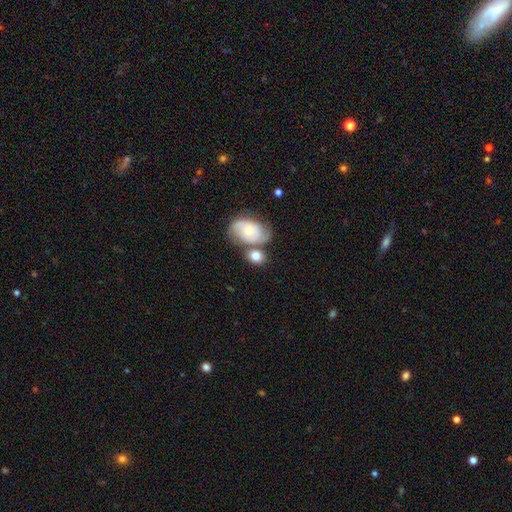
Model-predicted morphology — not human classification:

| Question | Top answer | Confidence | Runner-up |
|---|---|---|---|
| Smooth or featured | smooth | 62% | featured or disk (30%) |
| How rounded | round | 50% | in between (48%) |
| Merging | none | 51% | merger (29%) |